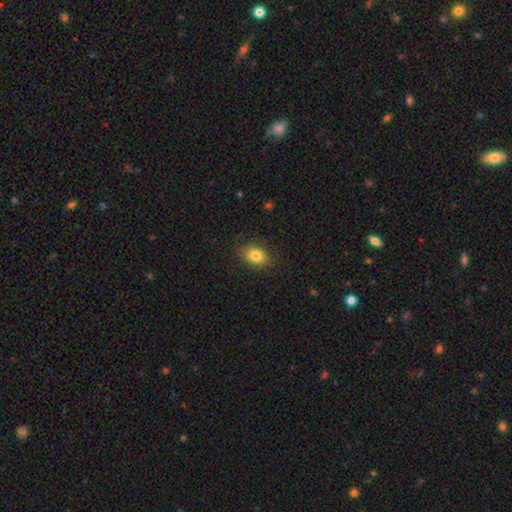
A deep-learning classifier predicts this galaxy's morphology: type=smooth (82%); roundness=in between (77%); merging=none (86%).